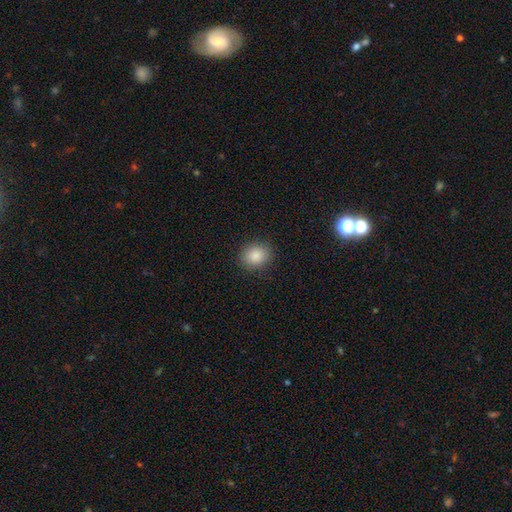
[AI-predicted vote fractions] Overall: smooth (87%). How rounded: round (67%; in between 32%). Merging: none (89%).